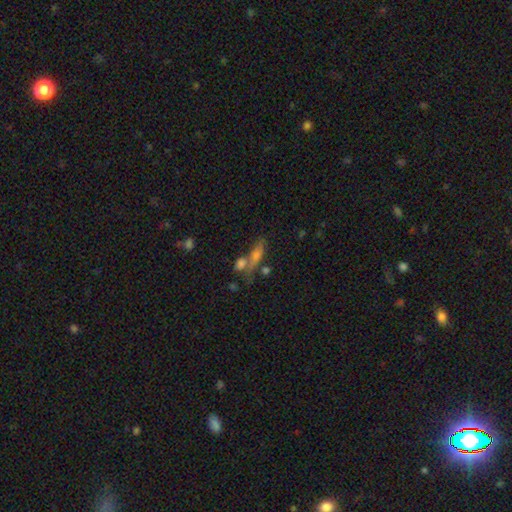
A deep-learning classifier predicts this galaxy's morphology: type=smooth (45%); merging=none (48%).